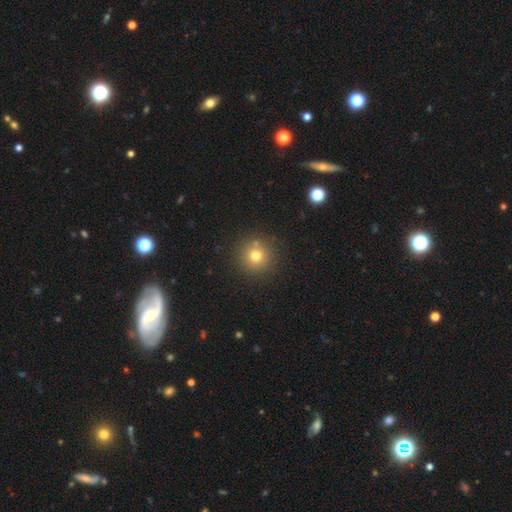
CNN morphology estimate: A smooth galaxy with no disk features (74%) that is round (95%).

Vote fractions:
- Smooth or featured? smooth: 74% / star or artifact: 15% / featured or disk: 10%
- How rounded? round: 95% / in between: 4% / cigar-shaped: 1%
- Merging? none: 85% / minor disturbance: 7% / merger: 5% / major disturbance: 3%